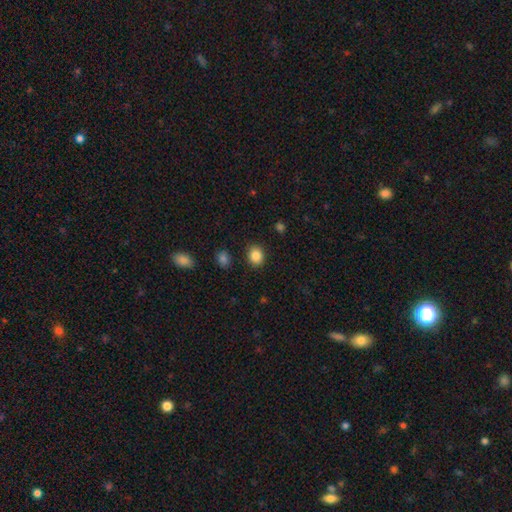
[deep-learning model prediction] Smooth or featured?
  - smooth: 86% *
  - star or artifact: 10%
  - featured or disk: 4%
How rounded?
  - round: 63% *
  - in between: 36%
  - cigar-shaped: 1%
Merging?
  - none: 87% *
  - minor disturbance: 8%
  - major disturbance: 2%
  - merger: 2%